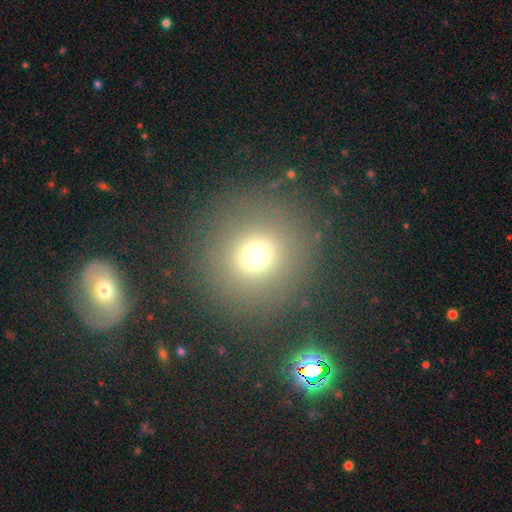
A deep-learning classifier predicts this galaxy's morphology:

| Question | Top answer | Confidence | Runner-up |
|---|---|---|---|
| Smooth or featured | smooth | 70% | star or artifact (20%) |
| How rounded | round | 93% | in between (6%) |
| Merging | none | 86% | minor disturbance (7%) |